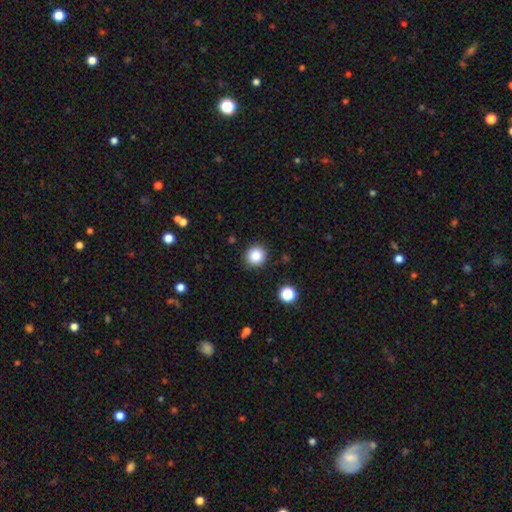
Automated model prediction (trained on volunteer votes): Smooth or featured?
  - smooth: 86% *
  - star or artifact: 10%
  - featured or disk: 4%
How rounded?
  - round: 91% *
  - in between: 8%
  - cigar-shaped: 1%
Merging?
  - none: 89% *
  - minor disturbance: 7%
  - major disturbance: 2%
  - merger: 2%